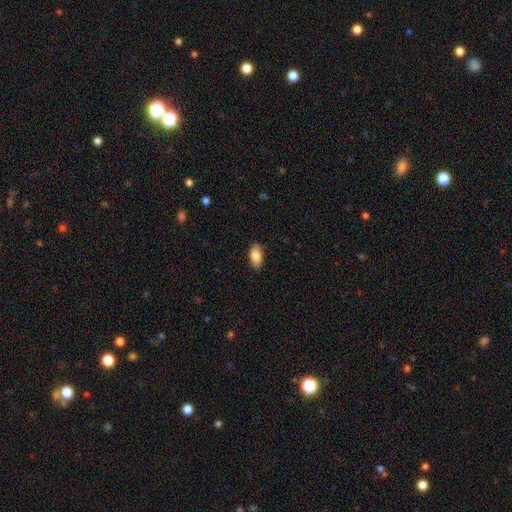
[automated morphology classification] This is clearly a smooth galaxy (85%). How rounded: clearly in between (92%). Merging: clearly none (87%).